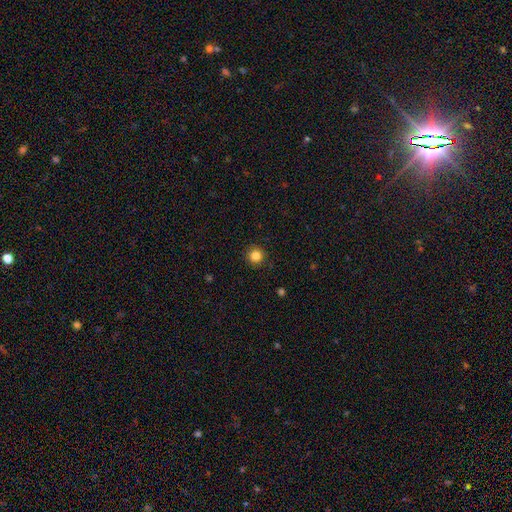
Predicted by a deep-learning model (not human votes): Smooth or featured?
  - smooth: 84% *
  - star or artifact: 11%
  - featured or disk: 4%
How rounded?
  - round: 95% *
  - in between: 4%
  - cigar-shaped: 1%
Merging?
  - none: 91% *
  - minor disturbance: 6%
  - major disturbance: 2%
  - merger: 1%